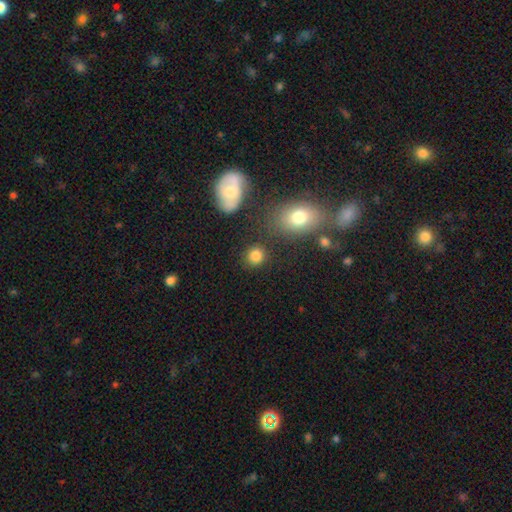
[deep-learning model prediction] Smooth or featured: smooth — 84% (star or artifact — 11%)
How rounded: round — 82% (in between — 17%)
Merging: none — 82% (minor disturbance — 9%)